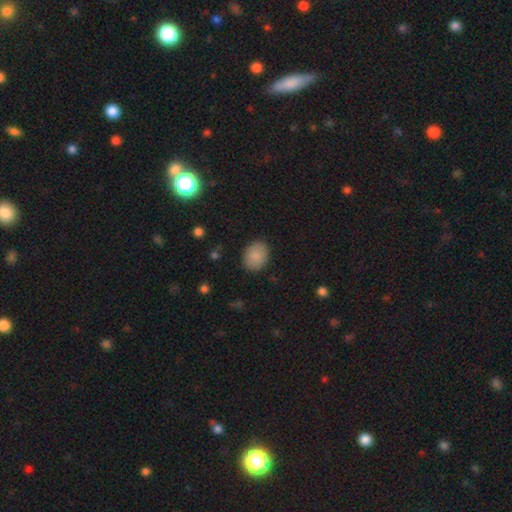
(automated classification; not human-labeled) Smooth or featured? smooth (87%)
How rounded? in between (55%)
Merging? none (87%)